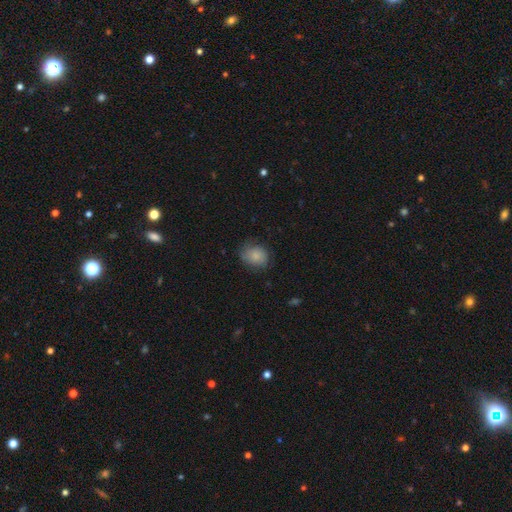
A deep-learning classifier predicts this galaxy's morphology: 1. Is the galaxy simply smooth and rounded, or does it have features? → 80% smooth, 12% featured or disk, 8% star or artifact.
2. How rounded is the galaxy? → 63% round, 36% in between, 1% cigar-shaped.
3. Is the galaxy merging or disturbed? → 67% none, 25% minor disturbance, 8% major disturbance, 1% merger.